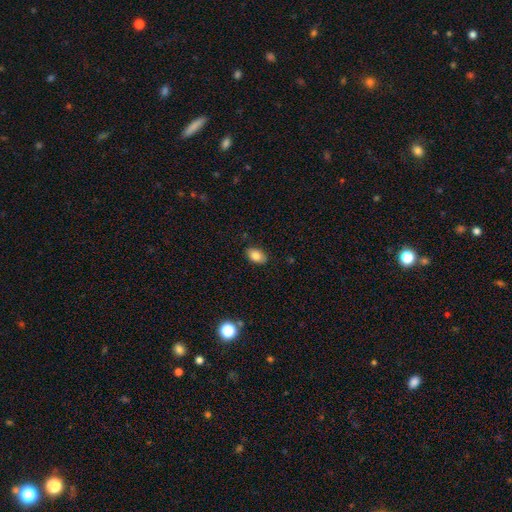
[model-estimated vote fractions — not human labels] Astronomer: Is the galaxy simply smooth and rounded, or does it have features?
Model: smooth — 83%.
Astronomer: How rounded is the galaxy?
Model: in between — 90%.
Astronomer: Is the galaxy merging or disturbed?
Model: none — 87%.